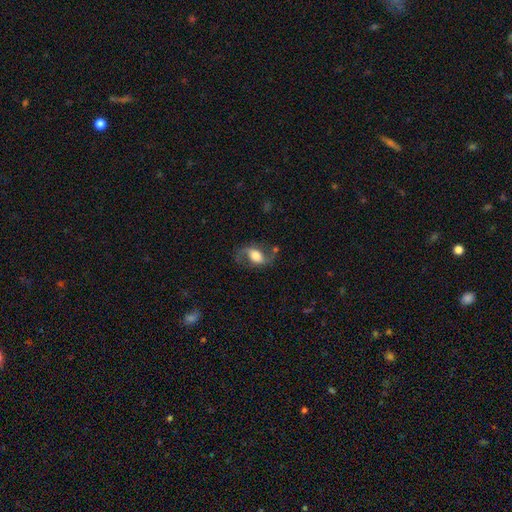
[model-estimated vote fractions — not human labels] Smooth or featured? featured or disk (74%)
Edge-on disk? no (95%)
Bar? no (39%)
Spiral arms? yes (92%)
Spiral winding? loose (58%)
Spiral arm count? 2 (89%)
Bulge size? moderate (48%)
Merging? none (68%)